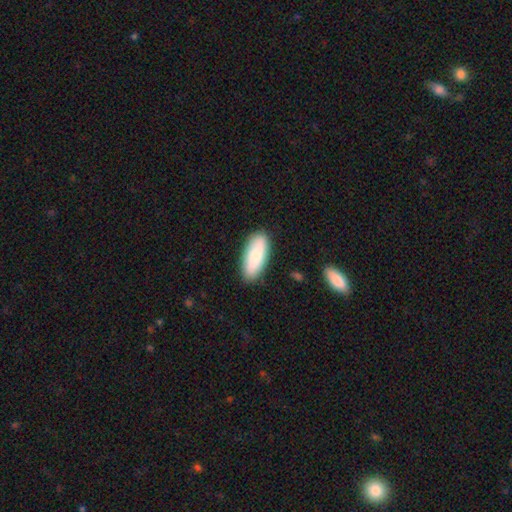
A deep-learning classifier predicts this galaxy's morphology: type=smooth (79%); roundness=in between (80%); merging=none (87%).